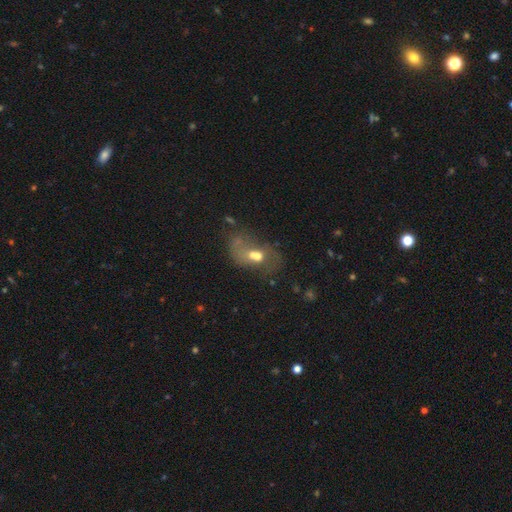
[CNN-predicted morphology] Smooth or featured: smooth — 44% (tied with featured or disk — 44%)
Merging: merger — 48% (none — 21%)